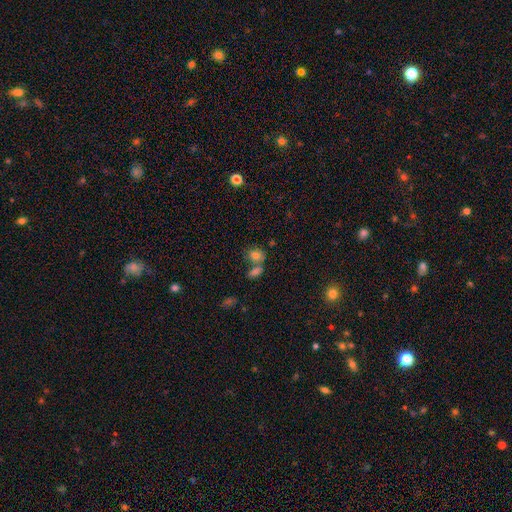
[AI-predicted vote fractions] smooth 78%, star or artifact 11%, featured or disk 11%. Down the decision tree: how rounded — in between (50%); merging — none (48%).